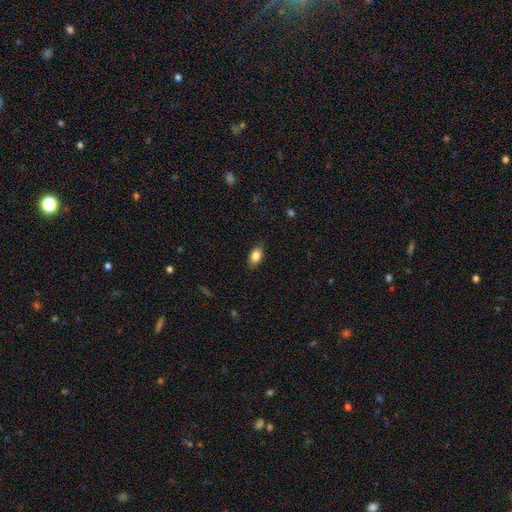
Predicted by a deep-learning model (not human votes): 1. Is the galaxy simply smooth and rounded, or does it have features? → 85% smooth, 8% star or artifact, 7% featured or disk.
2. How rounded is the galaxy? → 88% in between, 9% round, 3% cigar-shaped.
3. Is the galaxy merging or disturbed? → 85% none, 12% minor disturbance, 3% major disturbance, 1% merger.